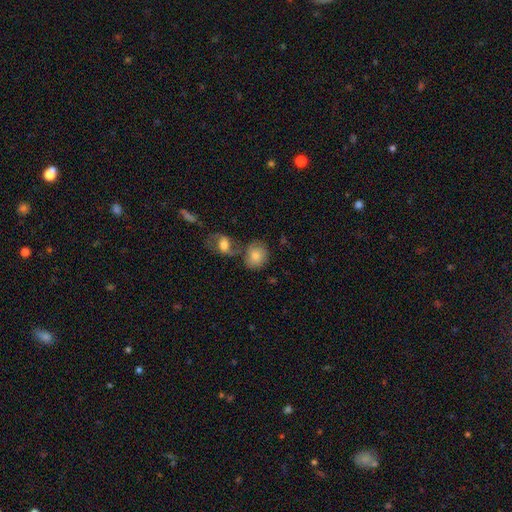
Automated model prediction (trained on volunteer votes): smooth-or-featured: smooth: 72% | featured or disk: 21% | star or artifact: 8%
  how-rounded: round: 70% | in between: 29% | cigar-shaped: 1%
  merging: none: 47% | merger: 32% | minor disturbance: 14% | major disturbance: 7%